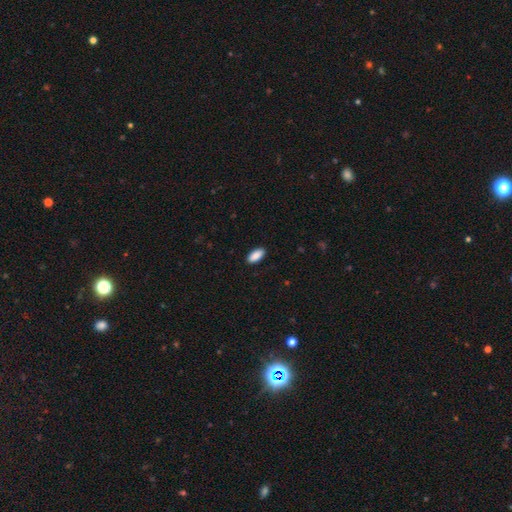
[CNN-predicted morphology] Overall: smooth (90%). How rounded: in between (90%). Merging: none (90%).